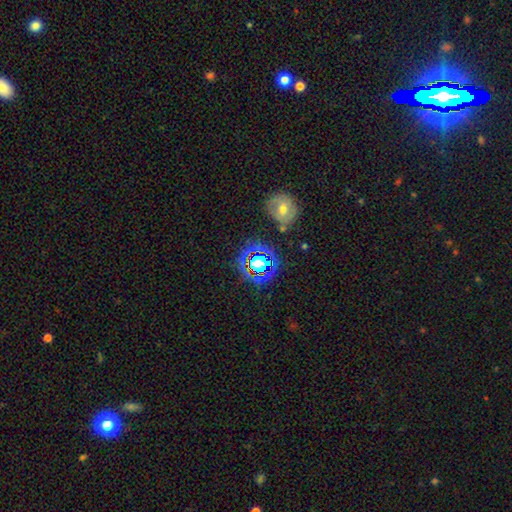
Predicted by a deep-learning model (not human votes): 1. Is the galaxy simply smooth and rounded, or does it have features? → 58% star or artifact, 29% smooth, 12% featured or disk.